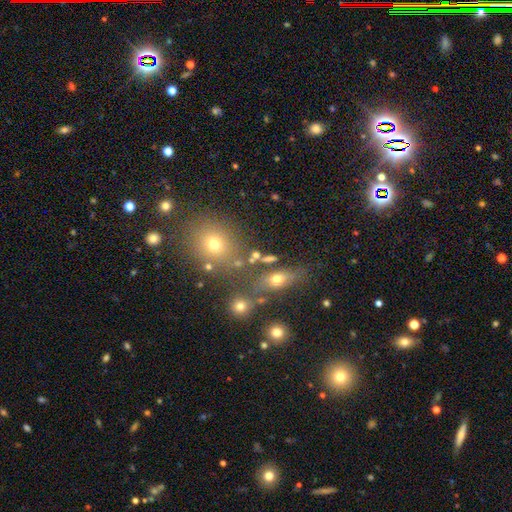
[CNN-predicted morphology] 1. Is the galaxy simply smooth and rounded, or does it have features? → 63% smooth, 21% star or artifact, 17% featured or disk.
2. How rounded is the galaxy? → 50% in between, 37% round, 13% cigar-shaped.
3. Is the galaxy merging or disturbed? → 61% none, 19% merger, 13% minor disturbance, 7% major disturbance.